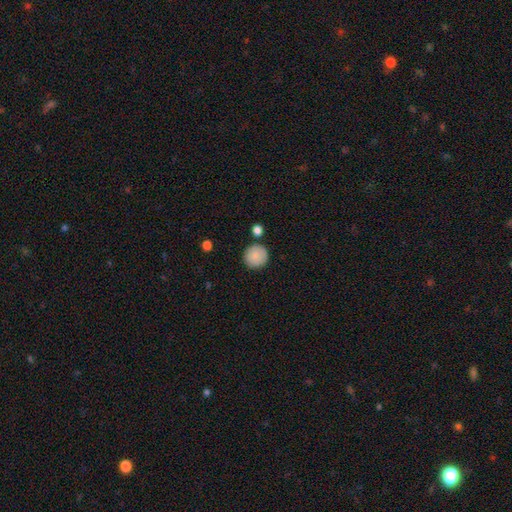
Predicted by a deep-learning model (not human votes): A smooth galaxy with no disk features (87%) that is round (94%). Merging: none (83%).